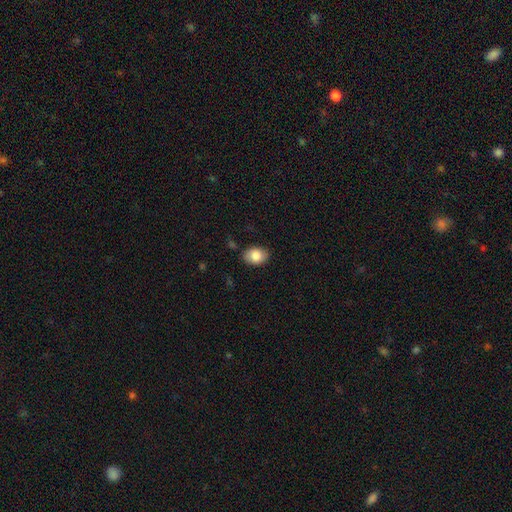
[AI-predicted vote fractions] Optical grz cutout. It shows a smooth galaxy with no disk features (83%) that is in between round and cigar-shaped (77%). Merging: none (84%).